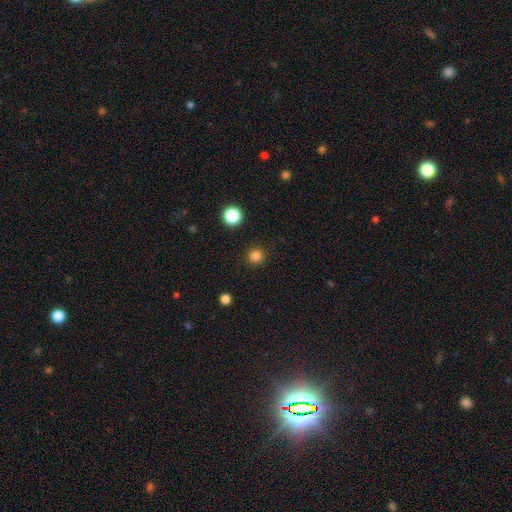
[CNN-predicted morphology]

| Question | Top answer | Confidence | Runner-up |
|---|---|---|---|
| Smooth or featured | smooth | 83% | star or artifact (14%) |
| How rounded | round | 94% | in between (5%) |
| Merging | none | 91% | minor disturbance (5%) |